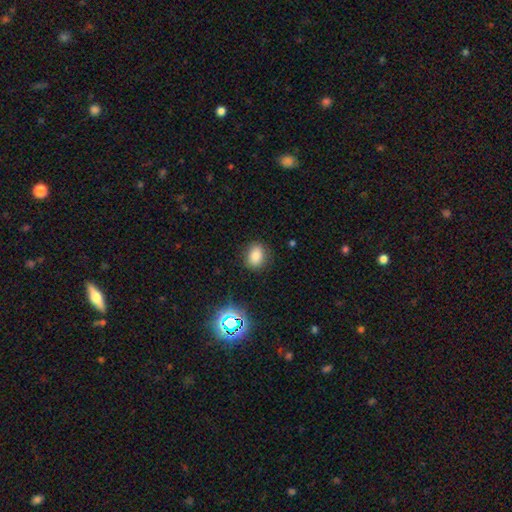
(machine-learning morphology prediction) Overall: smooth (79%). How rounded: in between (52%; round 47%). Merging: none (86%).